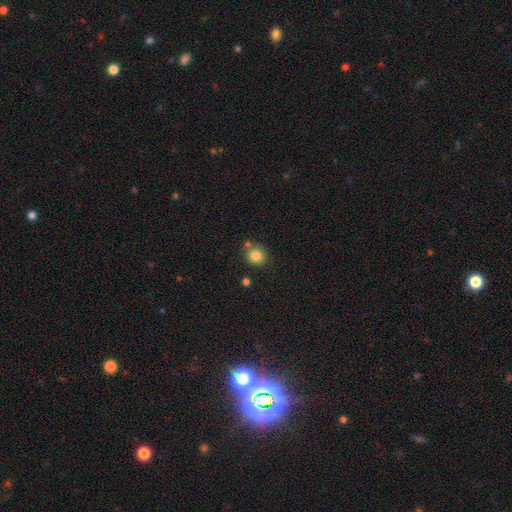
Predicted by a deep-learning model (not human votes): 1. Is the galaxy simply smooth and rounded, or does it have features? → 83% smooth, 11% star or artifact, 6% featured or disk.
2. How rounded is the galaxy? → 85% round, 14% in between, 1% cigar-shaped.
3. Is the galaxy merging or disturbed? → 73% none, 13% merger, 11% minor disturbance, 3% major disturbance.